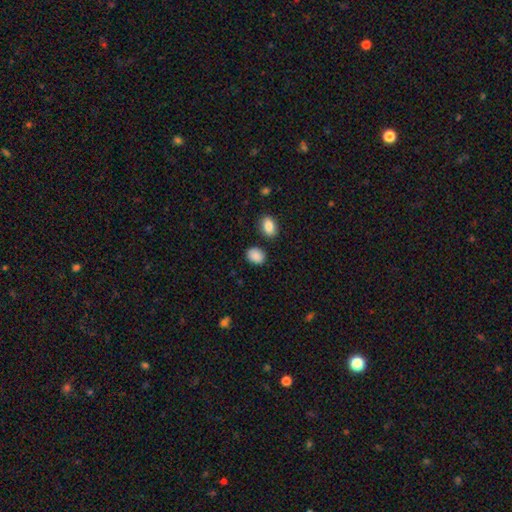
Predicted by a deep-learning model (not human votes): This appears to be a smooth galaxy with no disk features (89%) that is in between round and cigar-shaped (60%). Merging: none (83%).